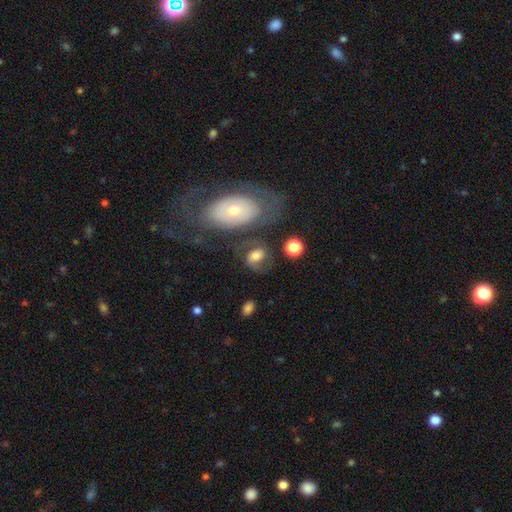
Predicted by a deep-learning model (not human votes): A featured or disk galaxy (52%). Merging: none (52%).